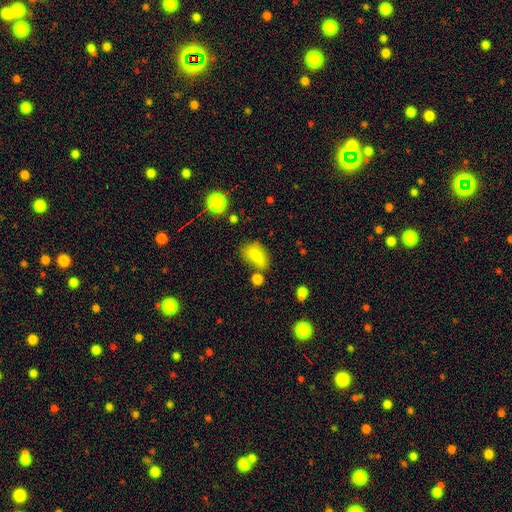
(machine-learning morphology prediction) Smooth or featured: smooth — 79% (star or artifact — 11%)
How rounded: in between — 85% (round — 11%)
Merging: none — 56% (minor disturbance — 24%)